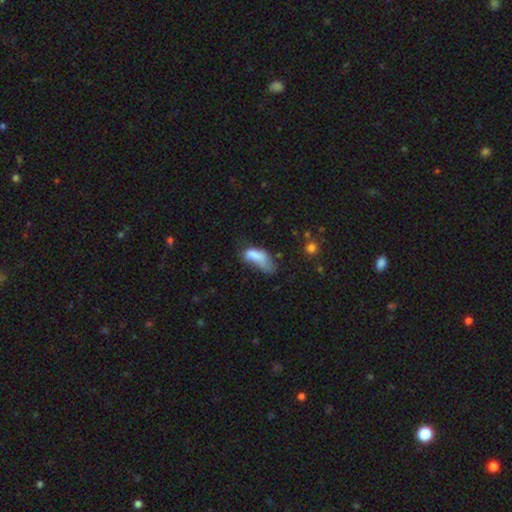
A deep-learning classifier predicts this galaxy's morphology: Overall: smooth (72%). How rounded: in between (79%). Merging: major disturbance (45%; minor disturbance 26%).